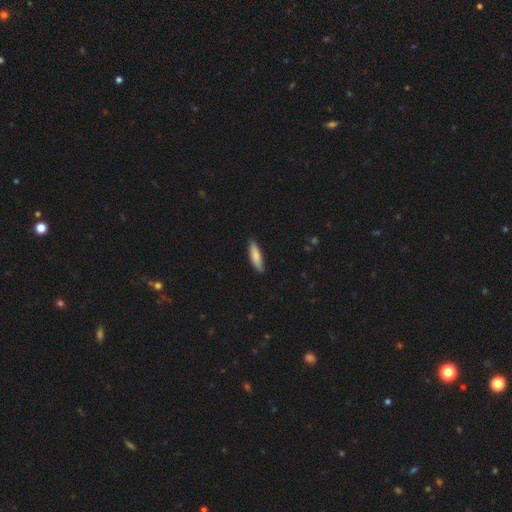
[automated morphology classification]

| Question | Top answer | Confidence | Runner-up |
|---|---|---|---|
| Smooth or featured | smooth | 83% | featured or disk (11%) |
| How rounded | cigar-shaped | 63% | in between (35%) |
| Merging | none | 85% | minor disturbance (12%) |